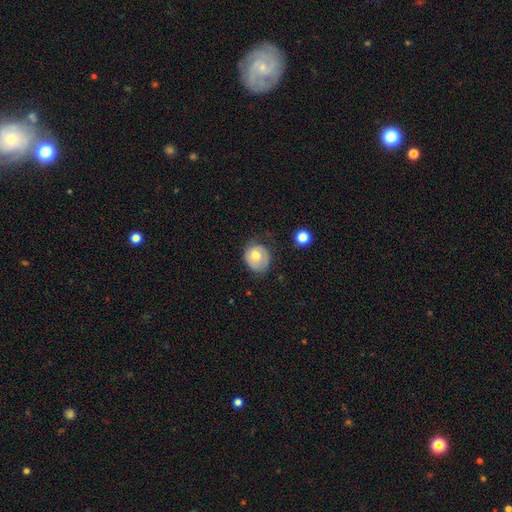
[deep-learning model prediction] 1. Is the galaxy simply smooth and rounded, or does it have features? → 62% smooth, 30% featured or disk, 7% star or artifact.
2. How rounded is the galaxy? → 69% round, 30% in between, 1% cigar-shaped.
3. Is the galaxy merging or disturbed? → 59% none, 28% minor disturbance, 10% major disturbance, 2% merger.